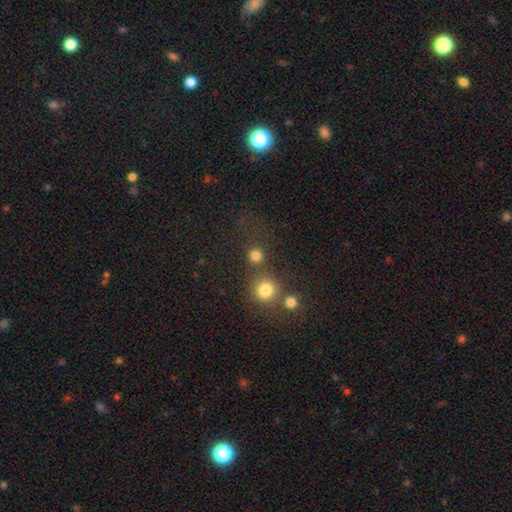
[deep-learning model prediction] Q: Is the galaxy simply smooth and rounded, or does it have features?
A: smooth — 80%.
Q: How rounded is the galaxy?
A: round — 92%.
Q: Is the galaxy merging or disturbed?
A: none — 72%.